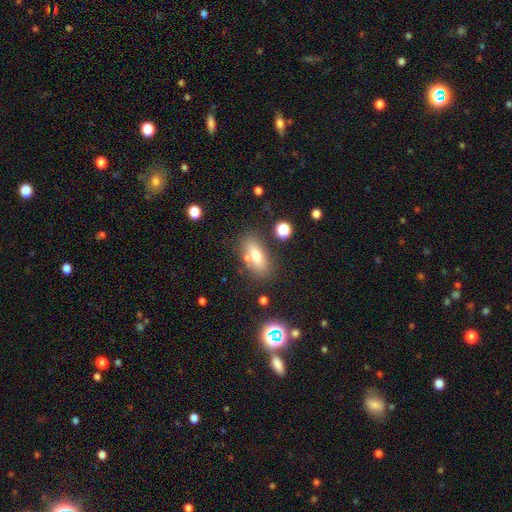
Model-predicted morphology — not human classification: This is likely a smooth galaxy (71%). How rounded: clearly in between (81%). Merging: likely none (71%).